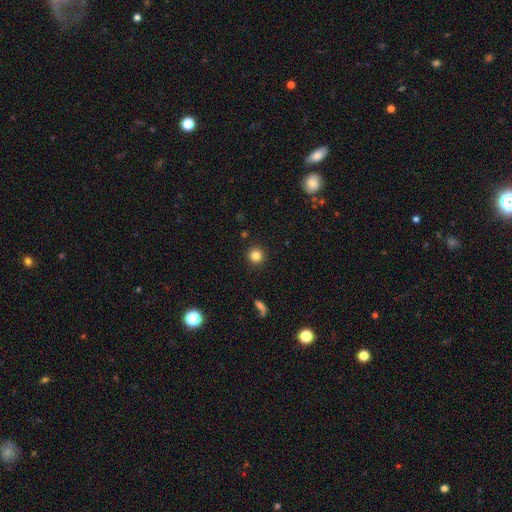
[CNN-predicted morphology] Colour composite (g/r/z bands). It shows a smooth galaxy with no disk features (83%) that is round (95%). Merging: none (92%).